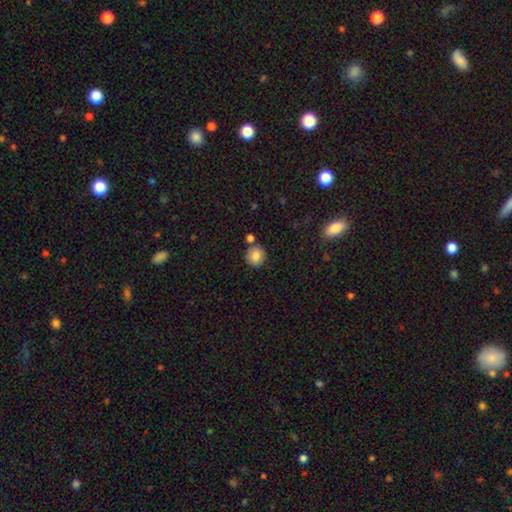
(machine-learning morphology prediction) A smooth galaxy with no disk features (85%) that is round (87%).

Vote fractions:
- Smooth or featured? smooth: 85% / star or artifact: 9% / featured or disk: 6%
- How rounded? round: 87% / in between: 12% / cigar-shaped: 1%
- Merging? none: 75% / merger: 12% / minor disturbance: 10% / major disturbance: 3%